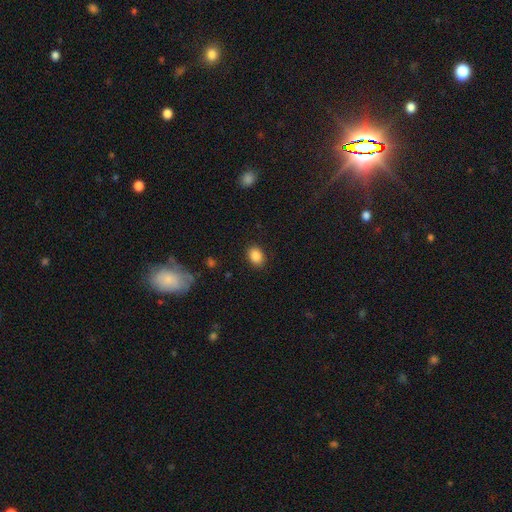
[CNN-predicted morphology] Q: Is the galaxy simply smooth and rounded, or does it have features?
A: smooth — 87%.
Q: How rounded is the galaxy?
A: in between — 69%.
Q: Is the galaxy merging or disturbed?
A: none — 87%.